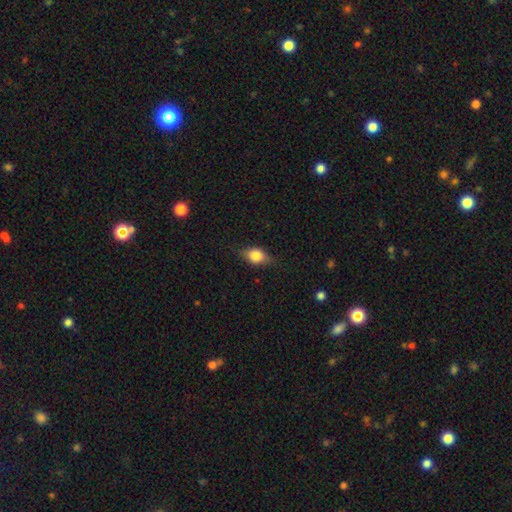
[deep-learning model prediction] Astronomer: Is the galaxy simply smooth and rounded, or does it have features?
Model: smooth — 63%.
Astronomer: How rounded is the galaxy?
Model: in between — 59% (runner-up: round, 37%).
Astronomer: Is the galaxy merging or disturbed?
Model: none — 75%.